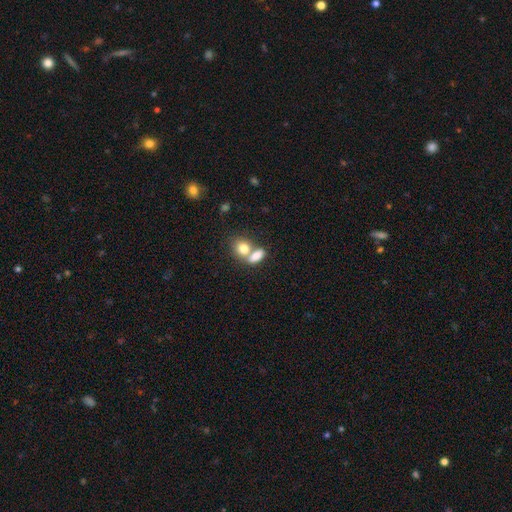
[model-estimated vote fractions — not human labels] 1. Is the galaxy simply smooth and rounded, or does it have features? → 79% smooth, 12% featured or disk, 9% star or artifact.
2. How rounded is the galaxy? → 68% in between, 26% round, 6% cigar-shaped.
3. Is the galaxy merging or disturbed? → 53% merger, 34% none, 9% minor disturbance, 5% major disturbance.